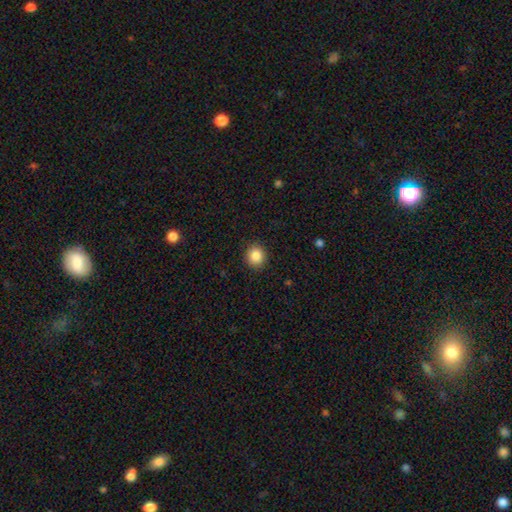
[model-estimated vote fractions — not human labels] This is clearly a smooth galaxy (86%). How rounded: clearly round (86%). Merging: clearly none (91%).